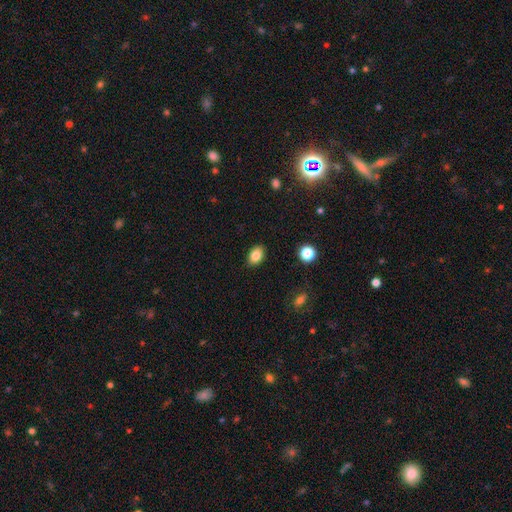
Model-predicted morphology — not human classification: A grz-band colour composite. It shows a smooth galaxy with no disk features (84%) that is in between round and cigar-shaped (84%). Merging: none (88%).